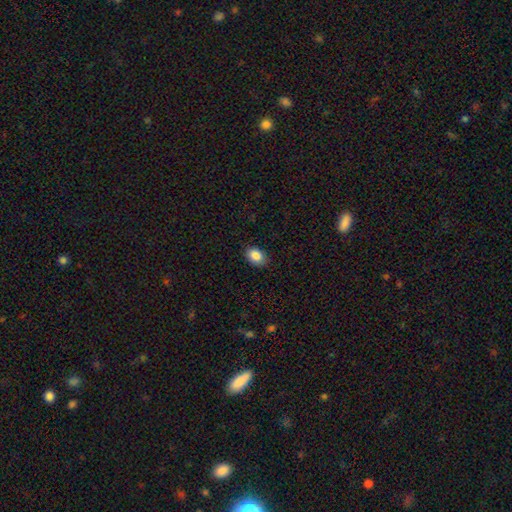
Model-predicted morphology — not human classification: Q: Smooth or featured?
A: smooth (86%); runner-up: star or artifact (8%)
Q: How rounded?
A: in between (80%); runner-up: round (19%)
Q: Merging?
A: none (87%); runner-up: minor disturbance (10%)